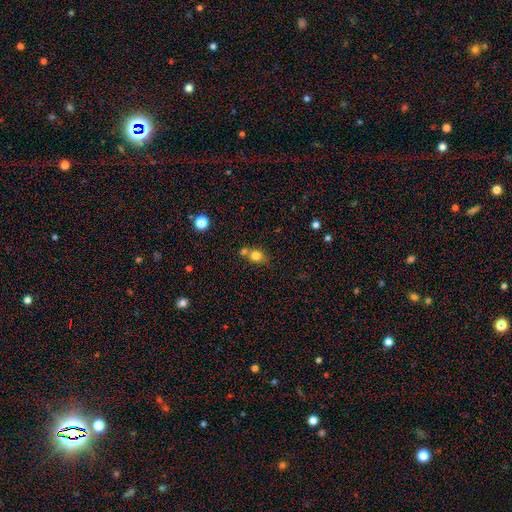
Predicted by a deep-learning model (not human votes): smooth 79%, star or artifact 12%, featured or disk 9%. Down the decision tree: how rounded — round (66%); merging — none (51%).